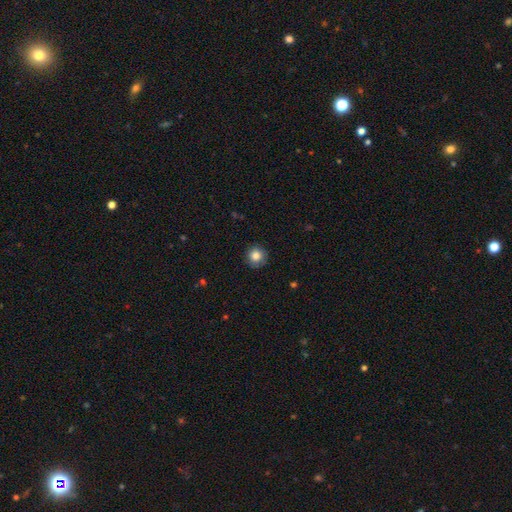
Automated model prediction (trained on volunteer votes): smooth 84%, star or artifact 10%, featured or disk 6%. Down the decision tree: how rounded — round (94%); merging — none (86%).